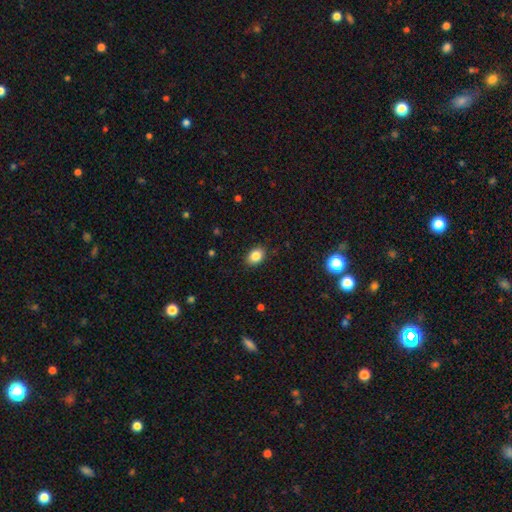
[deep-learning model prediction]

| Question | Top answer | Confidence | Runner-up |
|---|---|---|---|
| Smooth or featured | smooth | 85% | star or artifact (9%) |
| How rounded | in between | 74% | round (25%) |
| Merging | none | 87% | minor disturbance (10%) |